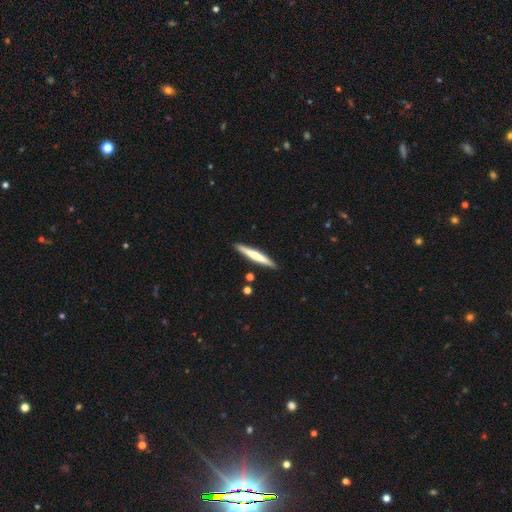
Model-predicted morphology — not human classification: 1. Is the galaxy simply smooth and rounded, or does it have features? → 52% smooth, 42% featured or disk, 5% star or artifact.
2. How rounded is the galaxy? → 95% cigar-shaped, 4% in between, 1% round.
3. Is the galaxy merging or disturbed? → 90% none, 7% minor disturbance, 2% merger, 1% major disturbance.